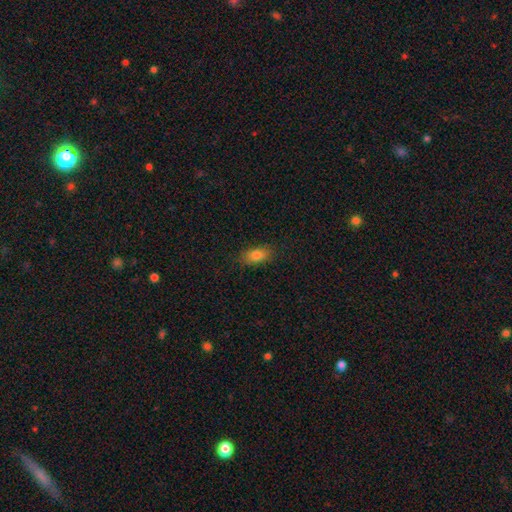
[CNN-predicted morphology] Smooth or featured? smooth (79%)
How rounded? in between (81%)
Merging? none (85%)